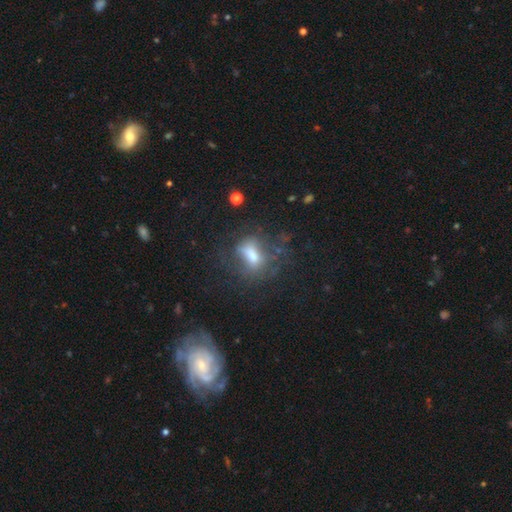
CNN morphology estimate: smooth-or-featured: smooth: 44% | featured or disk: 38% | star or artifact: 18%
  merging: none: 50% | major disturbance: 25% | minor disturbance: 21% | merger: 5%